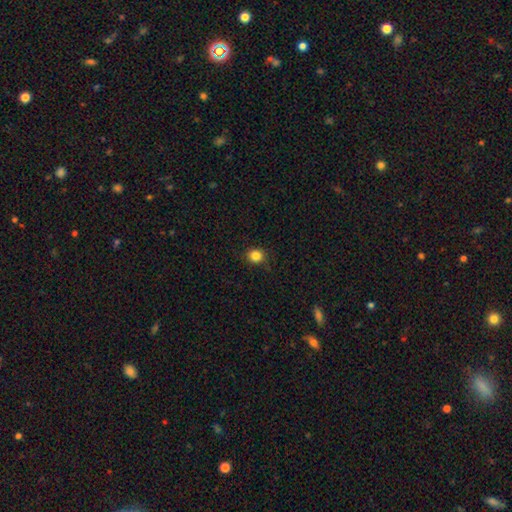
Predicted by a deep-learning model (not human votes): The model was most divided on "how rounded": round: 85%, in between: 14%, cigar-shaped: 1%. More confident: merging — none (89%); smooth or featured — smooth (84%).